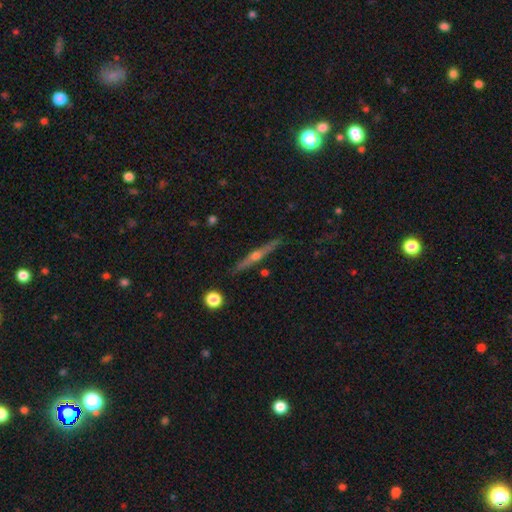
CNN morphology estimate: smooth_or_featured: featured or disk (p=0.78) [alt: smooth p=0.15]
disk_edge_on: yes (p=0.98) [alt: no p=0.02]
edge_on_bulge: rounded (p=0.91) [alt: none p=0.06]
merging: none (p=0.90) [alt: minor disturbance p=0.07]